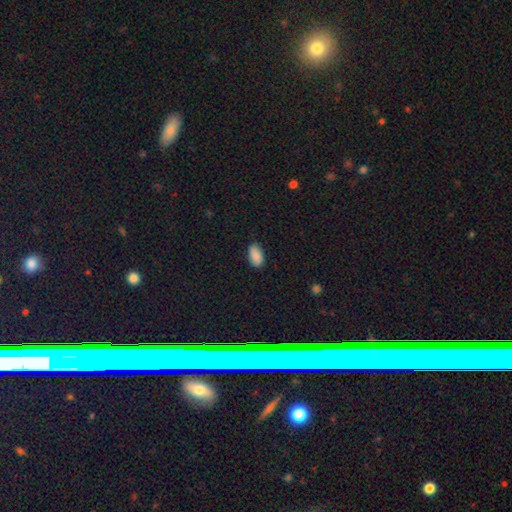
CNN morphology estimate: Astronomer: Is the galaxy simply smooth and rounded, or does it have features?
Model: smooth — 88%.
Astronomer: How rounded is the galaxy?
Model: in between — 94%.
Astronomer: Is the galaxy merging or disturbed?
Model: none — 86%.